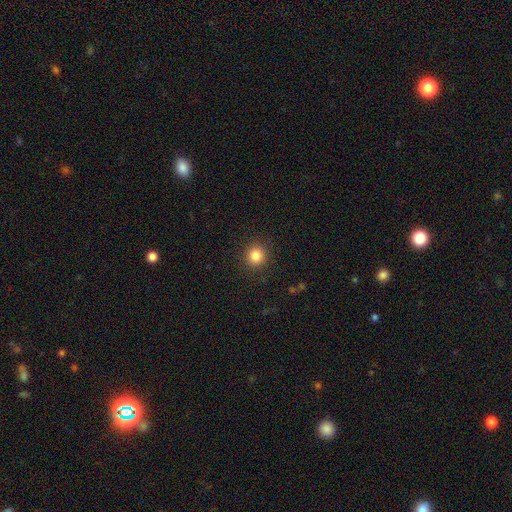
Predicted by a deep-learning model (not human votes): smooth-or-featured: smooth: 84% | star or artifact: 11% | featured or disk: 5%
  how-rounded: round: 92% | in between: 7% | cigar-shaped: 1%
  merging: none: 90% | minor disturbance: 6% | major disturbance: 3% | merger: 1%